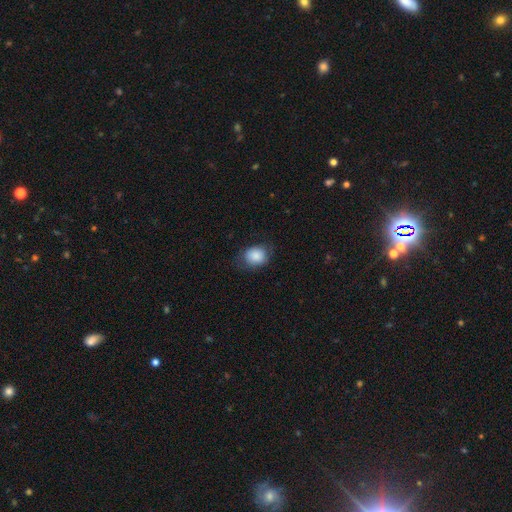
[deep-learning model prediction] Morphology: type=smooth (86%); roundness=in between (52%); merging=none (69%).